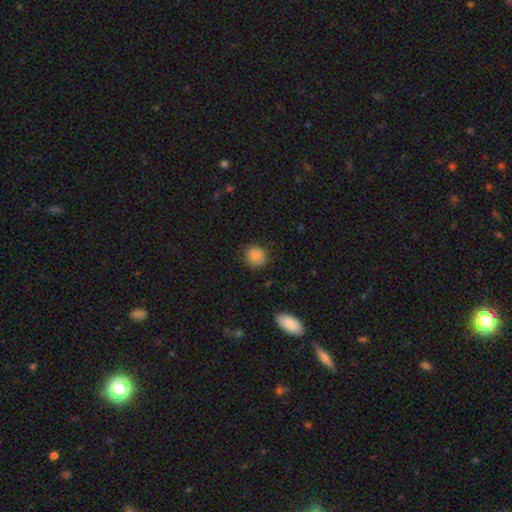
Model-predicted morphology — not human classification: Smooth or featured?
  - smooth: 86% *
  - star or artifact: 9%
  - featured or disk: 5%
How rounded?
  - round: 87% *
  - in between: 12%
  - cigar-shaped: 1%
Merging?
  - none: 86% *
  - minor disturbance: 10%
  - major disturbance: 3%
  - merger: 1%